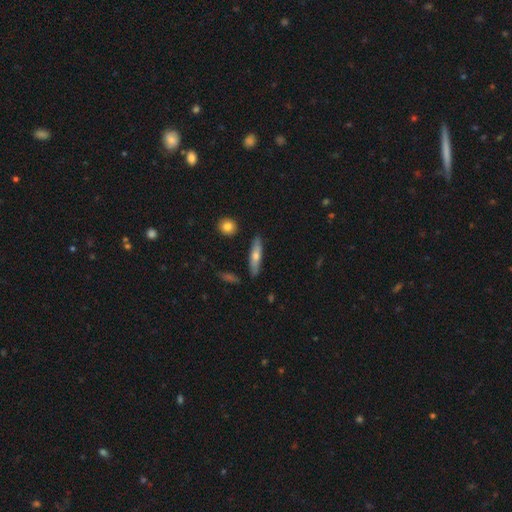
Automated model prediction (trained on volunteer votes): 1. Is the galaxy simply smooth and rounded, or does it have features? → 60% smooth, 33% featured or disk, 6% star or artifact.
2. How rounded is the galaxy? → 76% cigar-shaped, 22% in between, 3% round.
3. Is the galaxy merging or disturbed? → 85% none, 10% minor disturbance, 3% merger, 2% major disturbance.